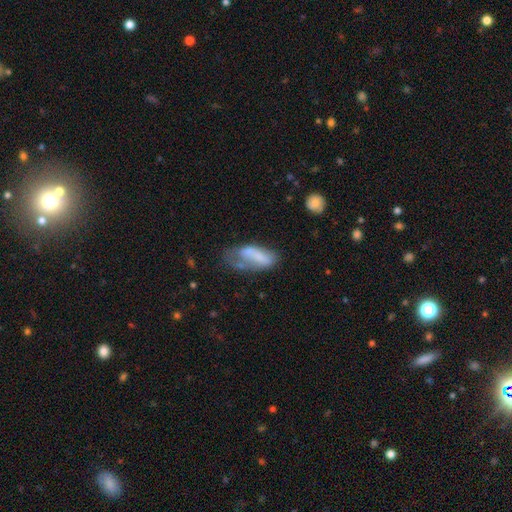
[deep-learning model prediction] Smooth or featured?
  - smooth: 60% *
  - featured or disk: 31%
  - star or artifact: 9%
How rounded?
  - in between: 84% *
  - cigar-shaped: 13%
  - round: 3%
Merging?
  - major disturbance: 36% *
  - minor disturbance: 28%
  - none: 25%
  - merger: 10%